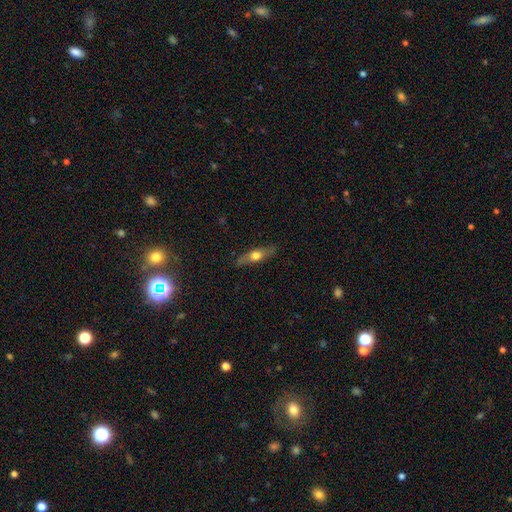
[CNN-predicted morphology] A smooth galaxy with no disk features (49%). Merging: none (85%).